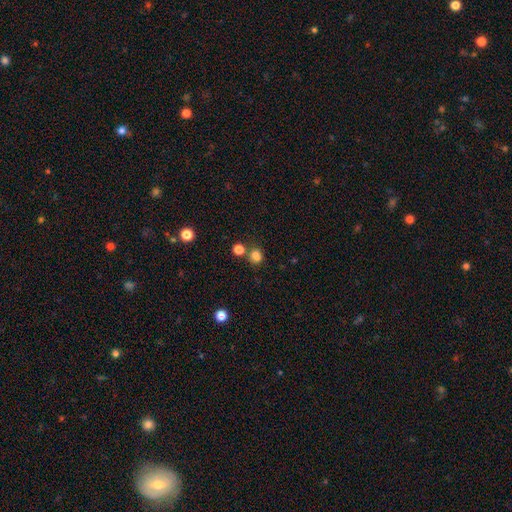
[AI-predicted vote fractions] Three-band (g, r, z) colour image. It shows a smooth galaxy with no disk features (80%) that is round (74%). Merging: none (63%).